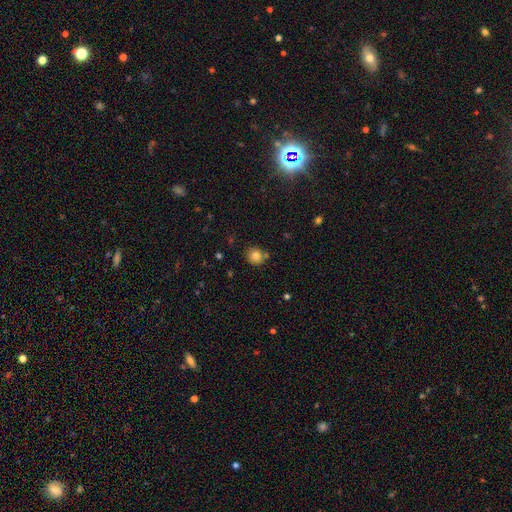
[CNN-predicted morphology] smooth 80%, star or artifact 11%, featured or disk 9%. Down the decision tree: how rounded — round (83%); merging — none (79%).